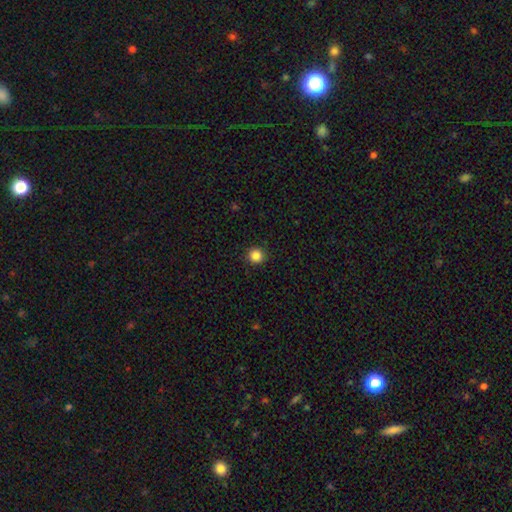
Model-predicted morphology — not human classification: Q: Smooth or featured?
A: smooth (86%); runner-up: star or artifact (11%)
Q: How rounded?
A: round (94%); runner-up: in between (5%)
Q: Merging?
A: none (91%); runner-up: minor disturbance (6%)